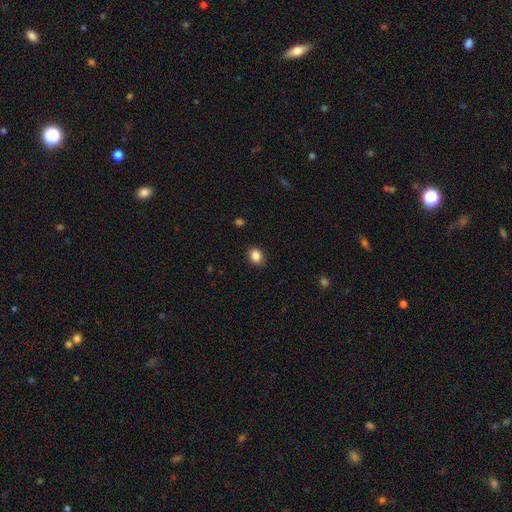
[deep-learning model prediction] This is clearly a smooth galaxy (86%). How rounded: possibly round (56%). Merging: clearly none (88%).